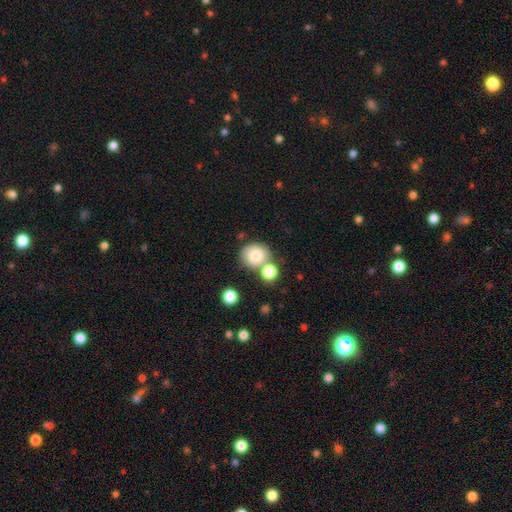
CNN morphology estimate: type=smooth (78%); roundness=round (78%); merging=none (57%).